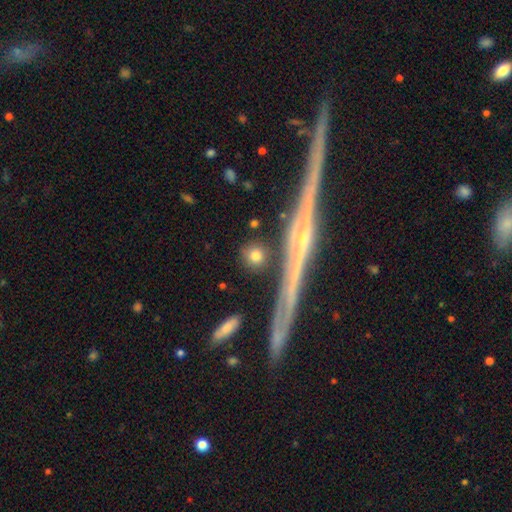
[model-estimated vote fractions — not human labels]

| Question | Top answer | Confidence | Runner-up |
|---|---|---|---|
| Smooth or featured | smooth | 74% | featured or disk (17%) |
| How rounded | round | 84% | in between (10%) |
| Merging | none | 84% | minor disturbance (9%) |